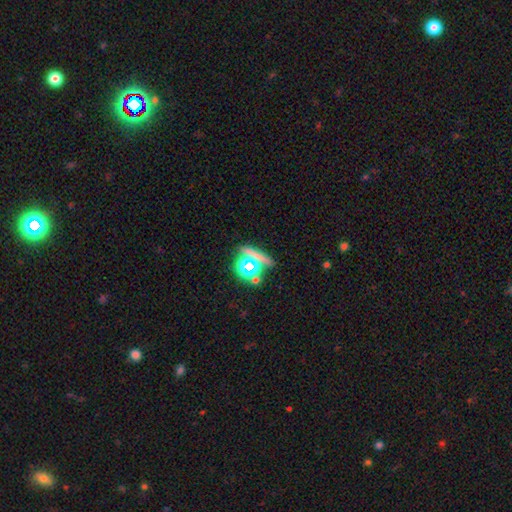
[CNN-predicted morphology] This appears to be a star or artifact, not a galaxy (42%).